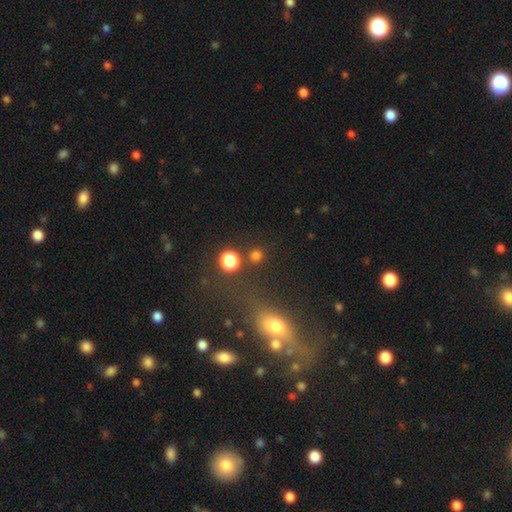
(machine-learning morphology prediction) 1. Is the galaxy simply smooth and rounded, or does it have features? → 75% smooth, 20% star or artifact, 5% featured or disk.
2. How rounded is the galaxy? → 91% round, 8% in between, 1% cigar-shaped.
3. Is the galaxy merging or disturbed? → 83% none, 7% merger, 6% minor disturbance, 3% major disturbance.